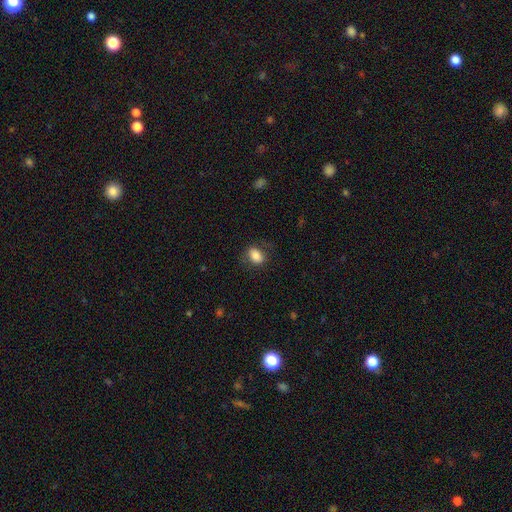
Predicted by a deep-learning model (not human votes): smooth-or-featured: smooth: 83% | star or artifact: 9% | featured or disk: 8%
  how-rounded: in between: 73% | round: 25% | cigar-shaped: 1%
  merging: none: 76% | minor disturbance: 16% | major disturbance: 7% | merger: 1%